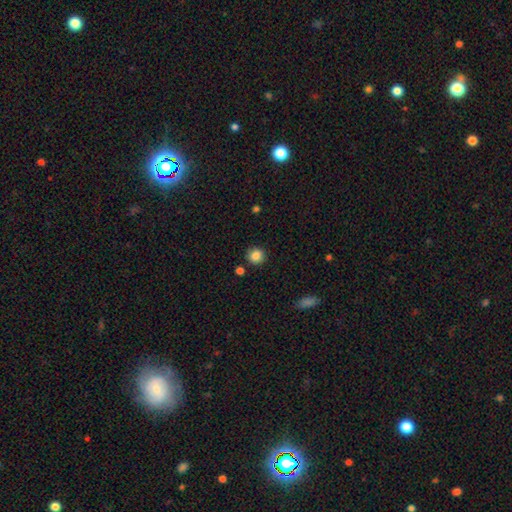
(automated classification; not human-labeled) Morphology: type=smooth (86%); roundness=round (92%); merging=none (87%).